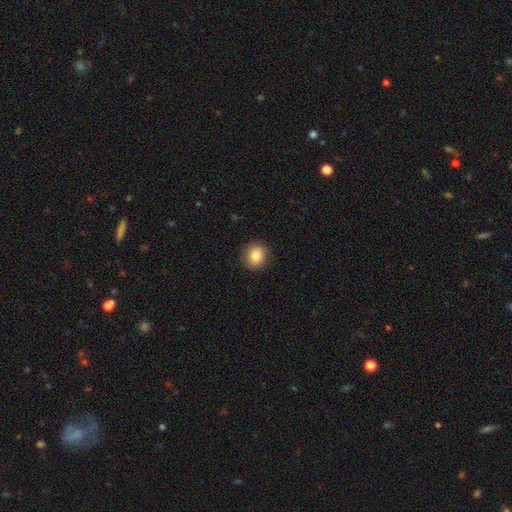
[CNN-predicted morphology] A smooth galaxy with no disk features (83%) that is round (84%).

Vote fractions:
- Smooth or featured? smooth: 83% / star or artifact: 9% / featured or disk: 7%
- How rounded? round: 84% / in between: 15% / cigar-shaped: 1%
- Merging? none: 89% / minor disturbance: 8% / major disturbance: 2% / merger: 1%